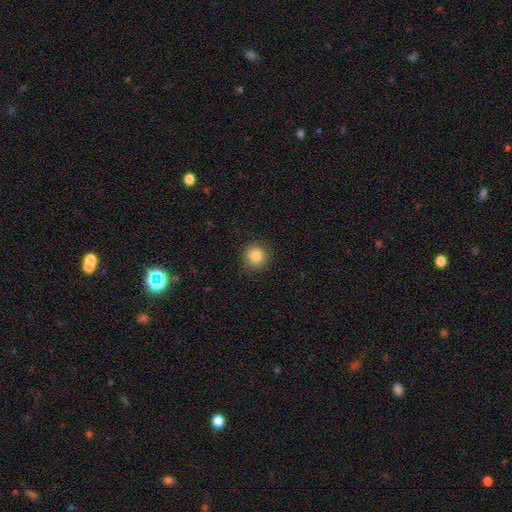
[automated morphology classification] type=smooth (85%); roundness=round (93%); merging=none (90%).